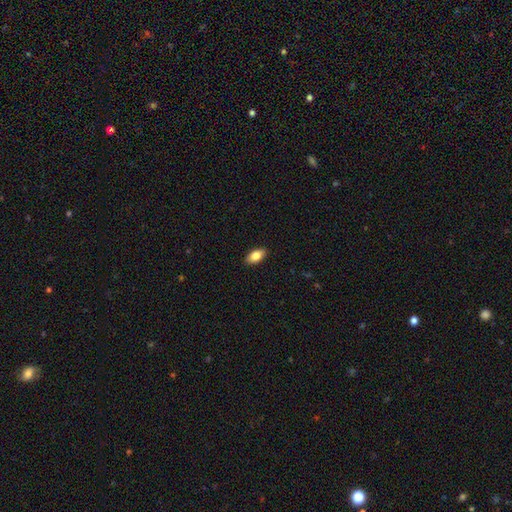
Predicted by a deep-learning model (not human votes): Smooth or featured? Predicted: smooth (p=0.82). How rounded? Predicted: in between (p=0.91). Merging? Predicted: none (p=0.89).